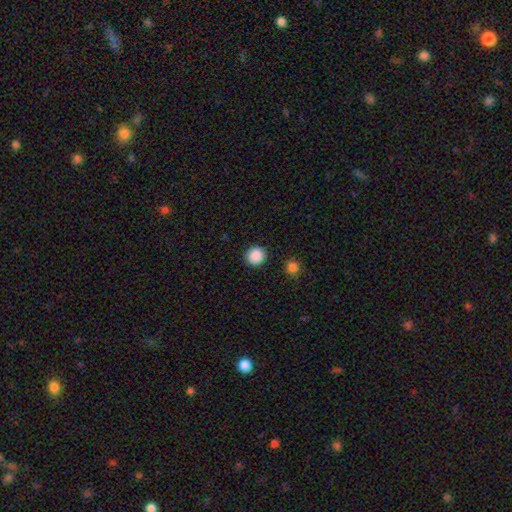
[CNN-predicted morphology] The model was most divided on "smooth or featured": smooth: 89%, star or artifact: 9%, featured or disk: 2%. More confident: how rounded — round (92%); merging — none (91%).